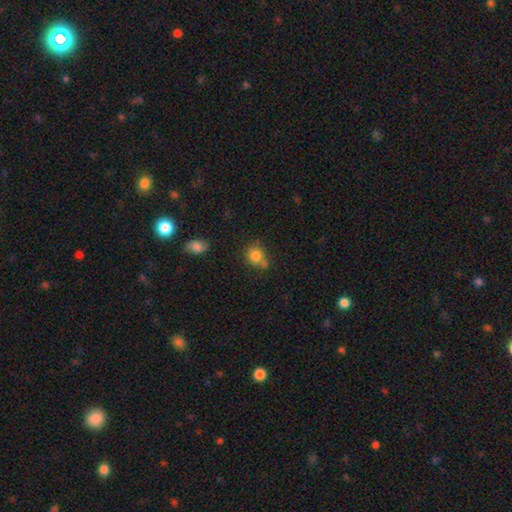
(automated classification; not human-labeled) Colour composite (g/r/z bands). It shows a smooth galaxy with no disk features (81%) that is round (77%). Merging: none (56%).